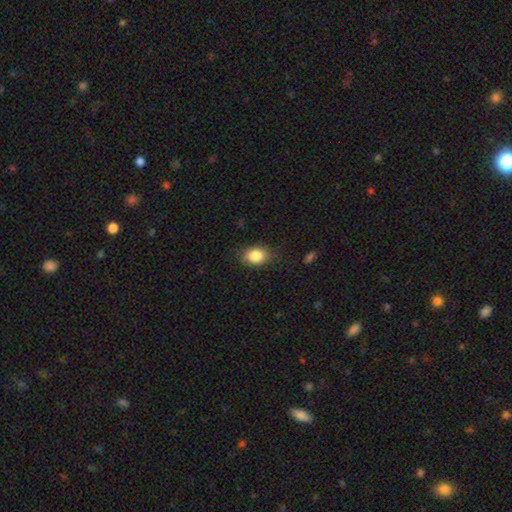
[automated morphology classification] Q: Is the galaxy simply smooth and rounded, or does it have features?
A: smooth — 85%.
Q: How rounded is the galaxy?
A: in between — 72%.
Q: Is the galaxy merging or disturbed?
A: none — 81%.